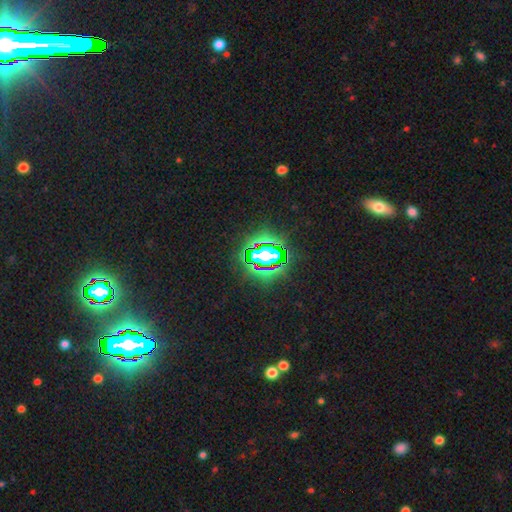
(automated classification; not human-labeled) star or artifact 83%, smooth 10%, featured or disk 7%.